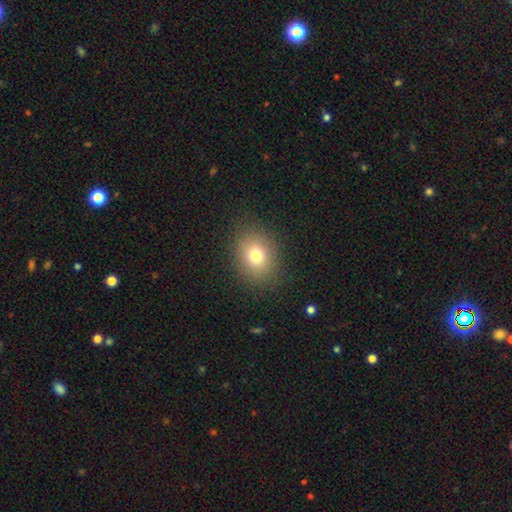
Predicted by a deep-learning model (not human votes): Smooth or featured?
  - smooth: 76% *
  - star or artifact: 13%
  - featured or disk: 11%
How rounded?
  - round: 56% *
  - in between: 43%
  - cigar-shaped: 1%
Merging?
  - none: 87% *
  - minor disturbance: 8%
  - major disturbance: 4%
  - merger: 1%